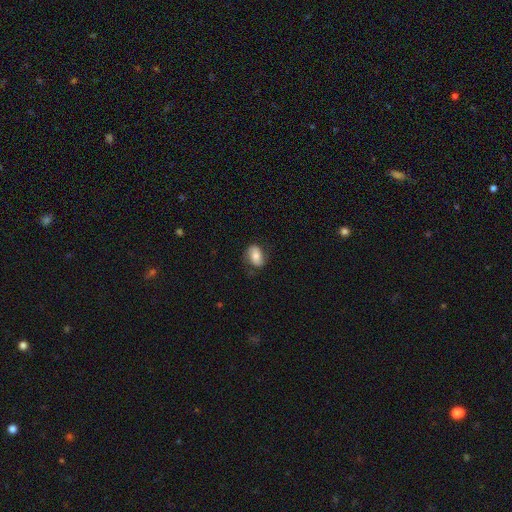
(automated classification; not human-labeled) smooth_or_featured: smooth (p=0.61) [alt: featured or disk p=0.31]
how_rounded: in between (p=0.78) [alt: round p=0.20]
merging: none (p=0.71) [alt: minor disturbance p=0.21]